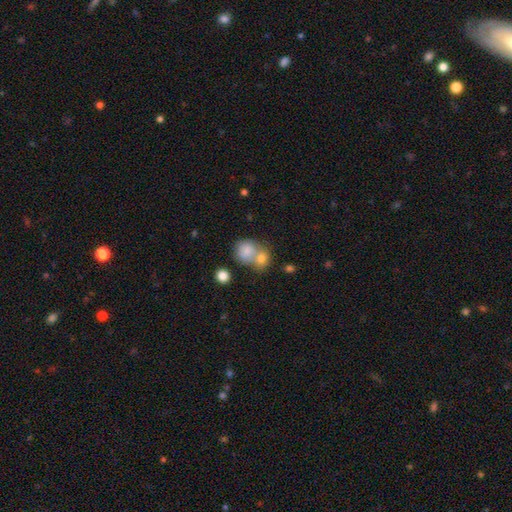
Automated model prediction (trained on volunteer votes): The model was most divided on "merging": merger: 52%, none: 35%, minor disturbance: 8%, major disturbance: 4%. More confident: smooth or featured — smooth (75%); how rounded — round (75%).